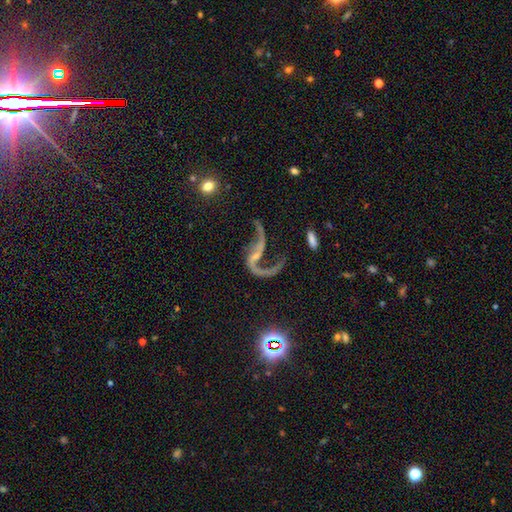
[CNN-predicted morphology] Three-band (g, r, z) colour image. It shows a featured or disk galaxy (85%) with no bar (46%), 2 (81%) loose (88%) spiral arms (93%) and a small central bulge (63%). Merging: none (45%).